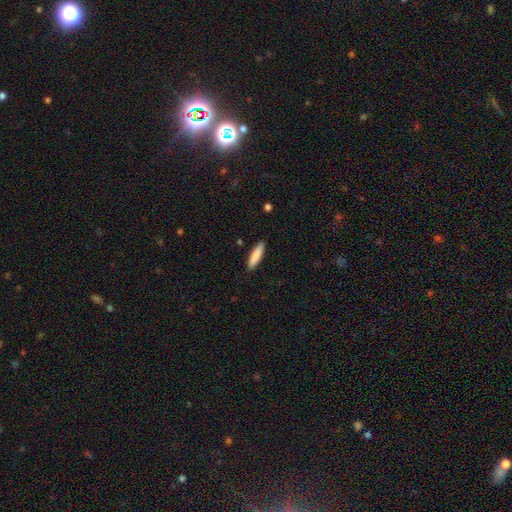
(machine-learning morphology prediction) The model was most divided on "how rounded": cigar-shaped: 78%, in between: 21%, round: 1%. More confident: merging — none (90%); smooth or featured — smooth (86%).